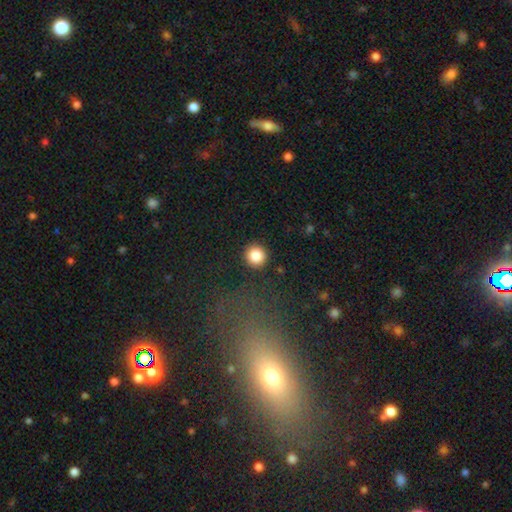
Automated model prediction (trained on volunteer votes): Q: Smooth or featured?
A: smooth (86%); runner-up: star or artifact (10%)
Q: How rounded?
A: round (95%); runner-up: in between (4%)
Q: Merging?
A: none (91%); runner-up: minor disturbance (5%)